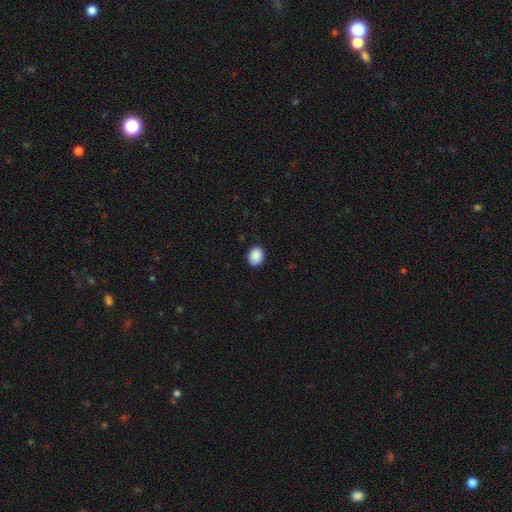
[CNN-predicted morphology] Smooth or featured? Predicted: smooth (p=0.89). How rounded? Predicted: in between (p=0.50). Merging? Predicted: none (p=0.88).